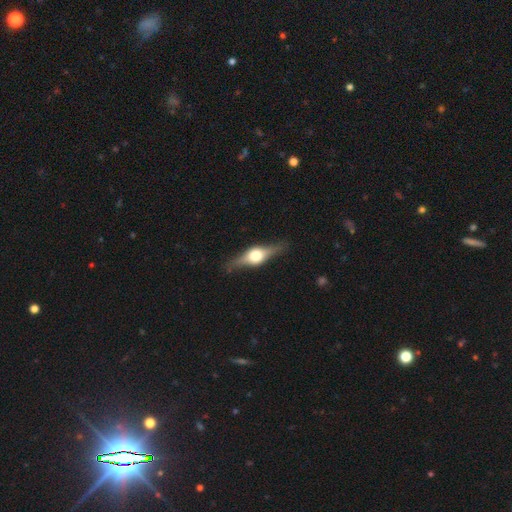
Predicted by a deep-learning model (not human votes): A featured or disk galaxy (75%) viewed edge-on (96%) with a rounded central bulge (94%).

Vote fractions:
- Smooth or featured? featured or disk: 75% / smooth: 19% / star or artifact: 6%
- Edge-on disk? yes: 96% / no: 4%
- Edge-on bulge? rounded: 94% / boxy: 5% / none: 1%
- Merging? none: 85% / minor disturbance: 10% / major disturbance: 3% / merger: 1%